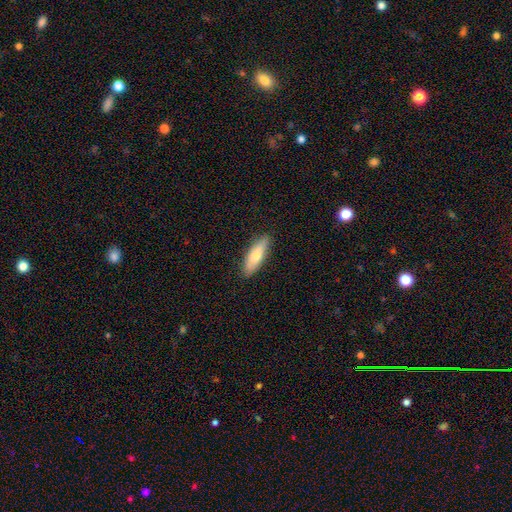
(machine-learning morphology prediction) The model was most divided on "how rounded": cigar-shaped: 52%, in between: 46%, round: 2%. More confident: merging — none (88%); smooth or featured — smooth (70%).